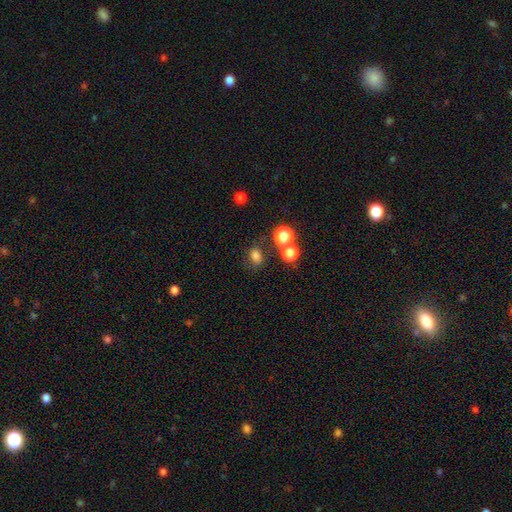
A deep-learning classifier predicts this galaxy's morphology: Smooth or featured? smooth (77%)
How rounded? in between (62%)
Merging? none (70%)